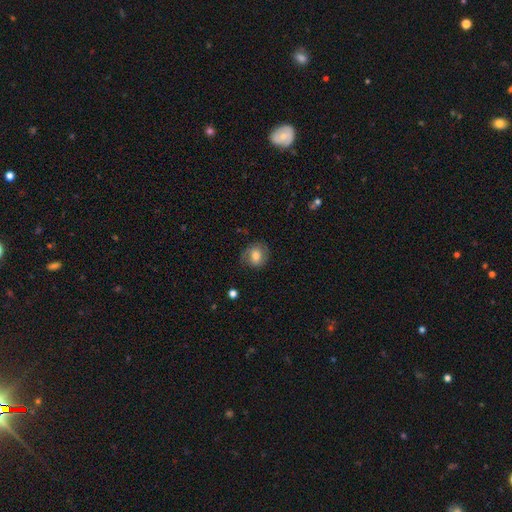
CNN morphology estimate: Smooth or featured? Predicted: smooth (p=0.66). How rounded? Predicted: round (p=0.72). Merging? Predicted: none (p=0.72).